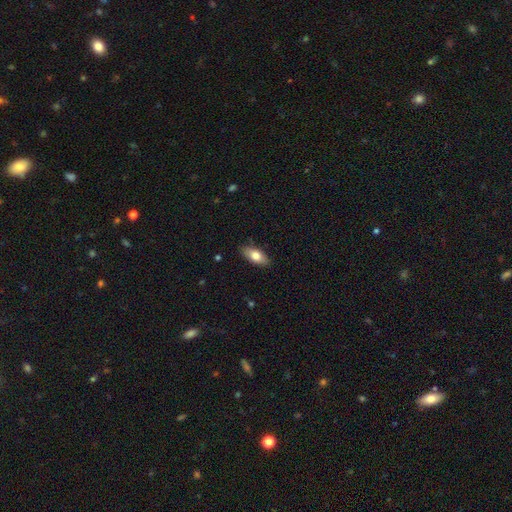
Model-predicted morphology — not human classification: A smooth galaxy with no disk features (76%) that is in between round and cigar-shaped (86%). Merging: none (86%).